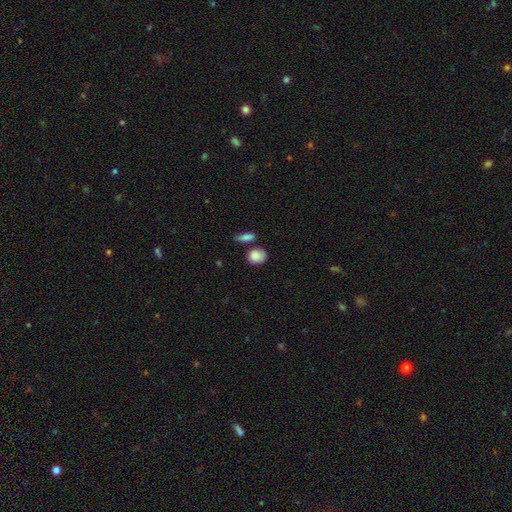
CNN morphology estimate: This is clearly a smooth galaxy (87%). How rounded: possibly round (51%). Merging: likely none (64%).